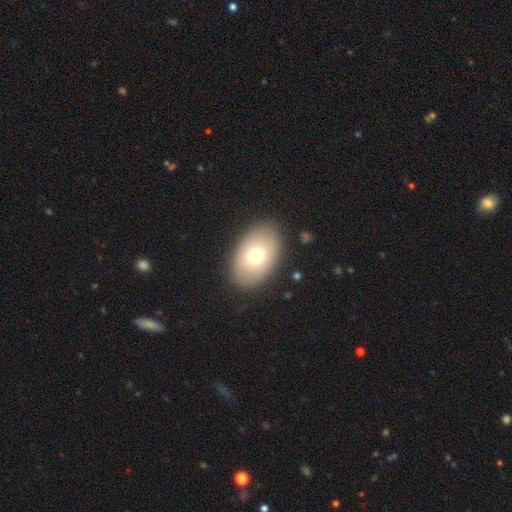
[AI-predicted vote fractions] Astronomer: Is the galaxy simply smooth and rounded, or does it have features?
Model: smooth — 72%.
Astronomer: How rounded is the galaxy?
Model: in between — 85%.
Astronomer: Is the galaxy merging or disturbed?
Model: none — 87%.